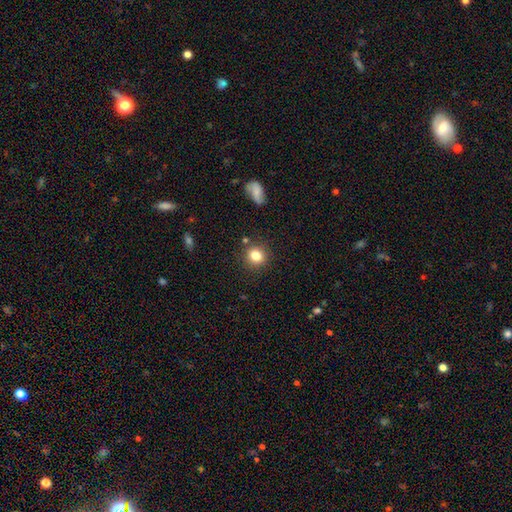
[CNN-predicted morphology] smooth 82%, star or artifact 11%, featured or disk 7%. Down the decision tree: how rounded — round (85%); merging — none (85%).